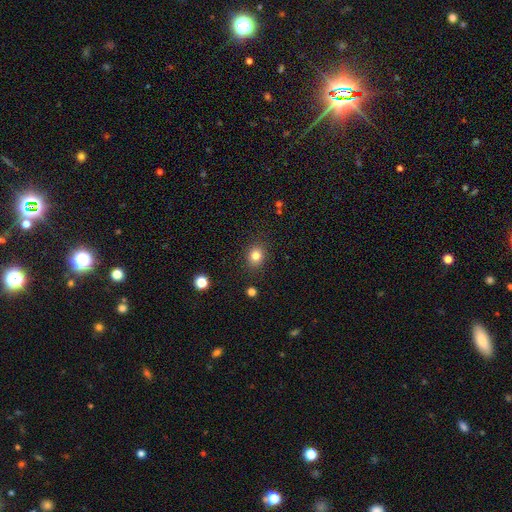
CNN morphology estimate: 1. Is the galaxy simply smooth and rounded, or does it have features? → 83% smooth, 11% star or artifact, 6% featured or disk.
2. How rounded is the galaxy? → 68% round, 31% in between, 1% cigar-shaped.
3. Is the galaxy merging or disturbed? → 87% none, 9% minor disturbance, 3% major disturbance, 2% merger.